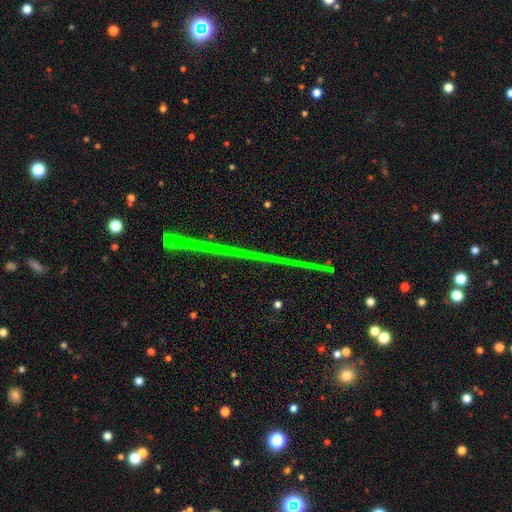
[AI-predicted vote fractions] smooth_or_featured: star or artifact (p=0.71) [alt: featured or disk p=0.21]